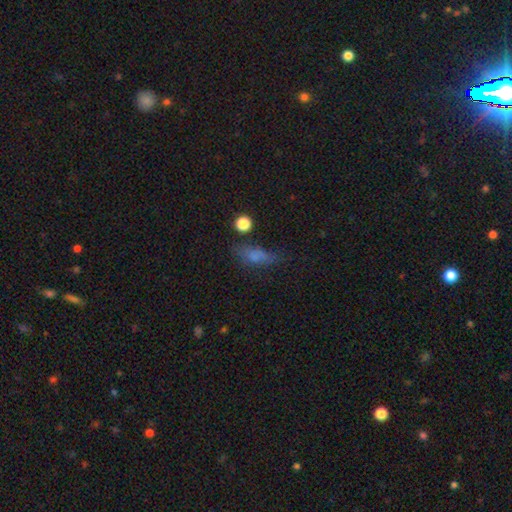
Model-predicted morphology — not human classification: smooth-or-featured: smooth: 65% | star or artifact: 18% | featured or disk: 17%
  how-rounded: in between: 61% | cigar-shaped: 30% | round: 9%
  merging: none: 54% | minor disturbance: 25% | major disturbance: 15% | merger: 6%